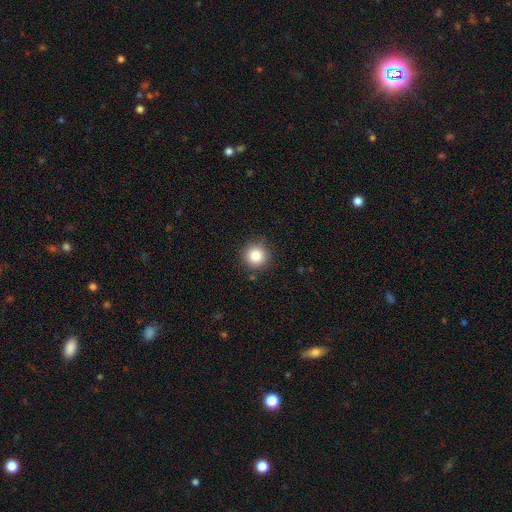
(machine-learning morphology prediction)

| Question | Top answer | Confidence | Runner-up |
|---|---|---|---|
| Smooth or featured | smooth | 84% | star or artifact (11%) |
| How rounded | round | 95% | in between (4%) |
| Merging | none | 89% | minor disturbance (8%) |